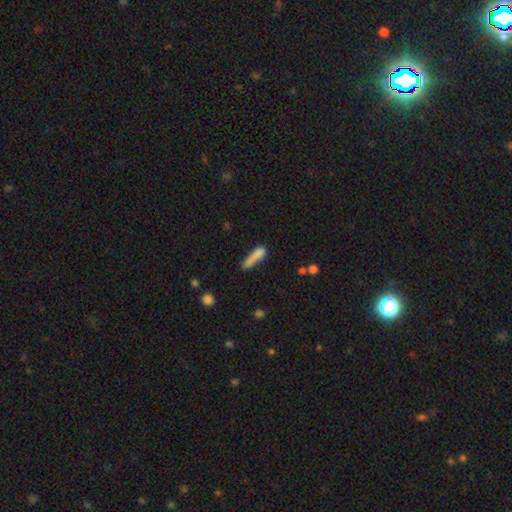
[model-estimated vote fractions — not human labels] Q: Smooth or featured?
A: smooth (75%); runner-up: featured or disk (17%)
Q: How rounded?
A: cigar-shaped (79%); runner-up: in between (19%)
Q: Merging?
A: none (43%); runner-up: minor disturbance (27%)